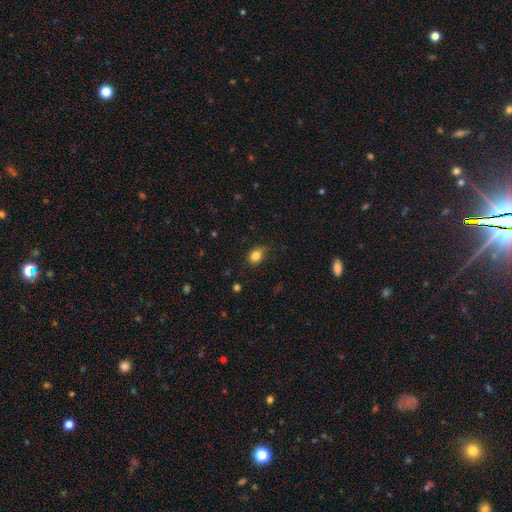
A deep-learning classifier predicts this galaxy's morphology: The model was most divided on "how rounded": in between: 57%, round: 42%, cigar-shaped: 1%. More confident: smooth or featured — smooth (84%); merging — none (72%).